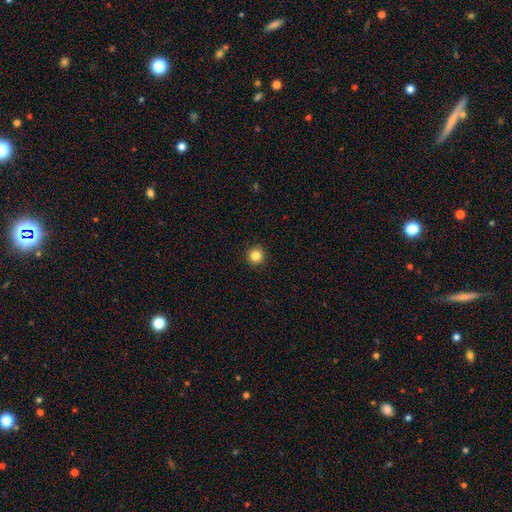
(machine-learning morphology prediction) smooth 84%, star or artifact 12%, featured or disk 4%. Down the decision tree: how rounded — round (95%); merging — none (93%).